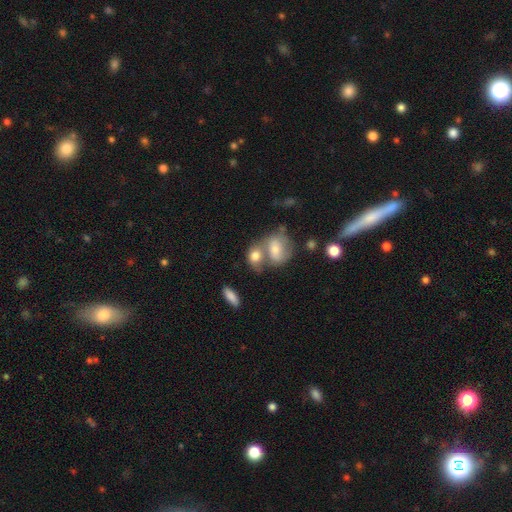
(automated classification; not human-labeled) Smooth or featured? Predicted: smooth (p=0.66). How rounded? Predicted: in between (p=0.58). Merging? Predicted: merger (p=0.59).